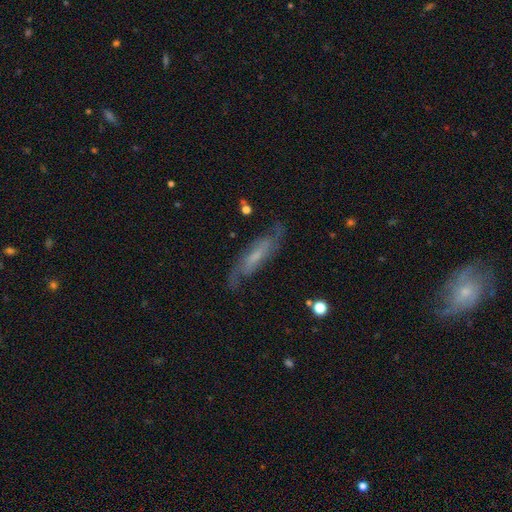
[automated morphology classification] type=featured or disk (75%); edge-on=no (76%); bar=weak (42%); spiral arms=yes (93%); winding=medium (46%); arm count=2 (76%); bulge=small (43%); merging=none (74%).